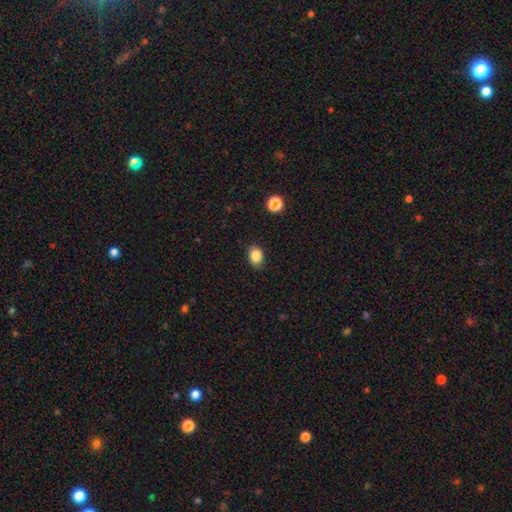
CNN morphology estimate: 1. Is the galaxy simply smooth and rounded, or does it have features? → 85% smooth, 10% star or artifact, 5% featured or disk.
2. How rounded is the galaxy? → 68% in between, 31% round, 1% cigar-shaped.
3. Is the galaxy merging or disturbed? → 86% none, 10% minor disturbance, 2% major disturbance, 1% merger.